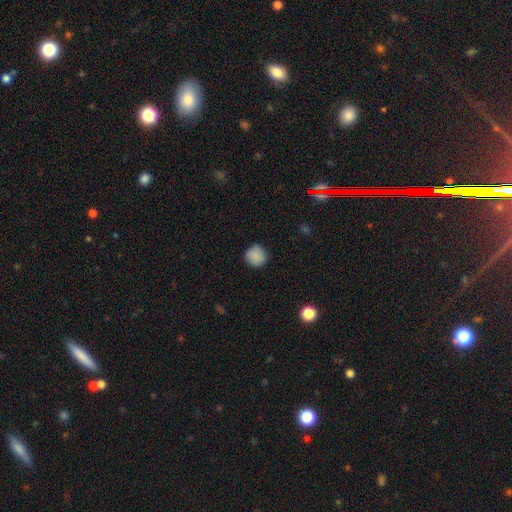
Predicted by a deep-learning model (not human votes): Overall: smooth (86%). How rounded: round (92%). Merging: none (84%).